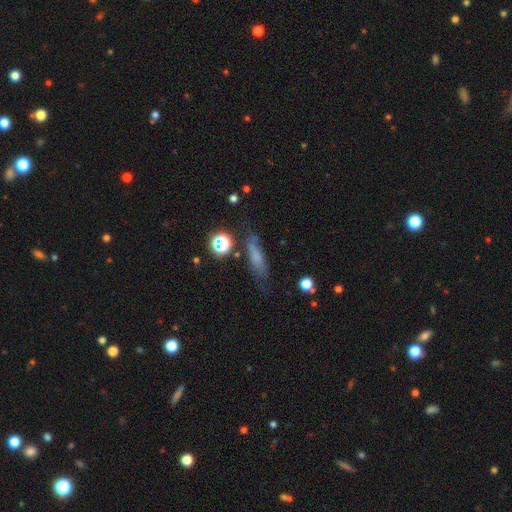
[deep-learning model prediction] Q: Smooth or featured?
A: smooth (57%); runner-up: featured or disk (27%)
Q: How rounded?
A: cigar-shaped (62%); runner-up: in between (31%)
Q: Merging?
A: none (61%); runner-up: minor disturbance (24%)